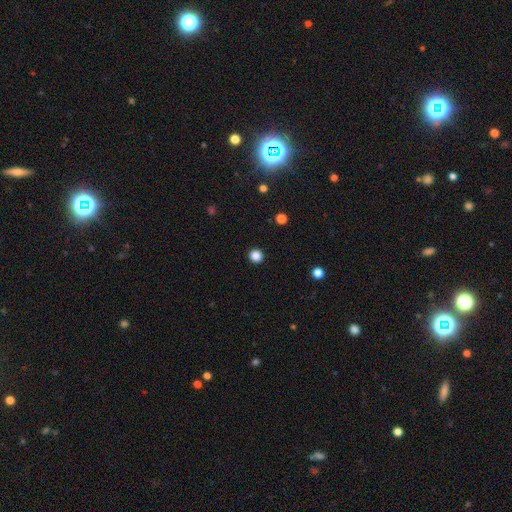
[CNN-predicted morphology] This is clearly a smooth galaxy (86%). How rounded: clearly round (95%). Merging: clearly none (93%).